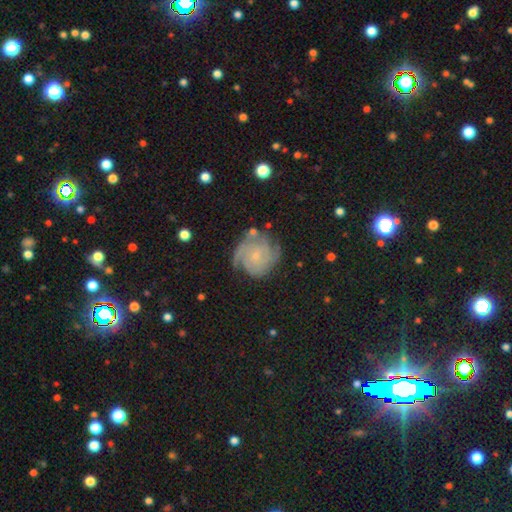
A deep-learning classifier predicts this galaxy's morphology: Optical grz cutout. It shows a featured or disk galaxy (82%) with no bar (72%), 3 (30%) tight (65%) spiral arms (96%) and a small central bulge (77%). Merging: none (70%).